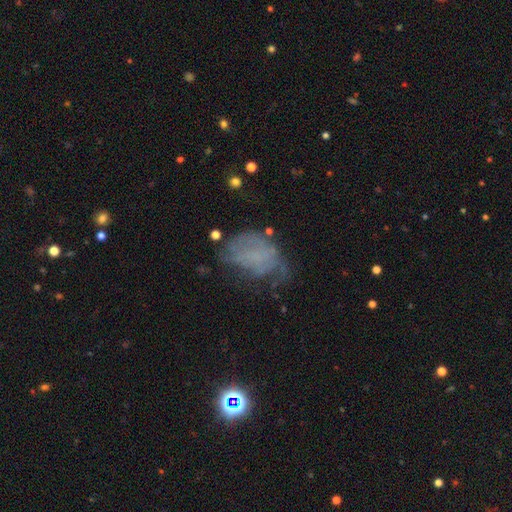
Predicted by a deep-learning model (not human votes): featured or disk 42%, smooth 40%, star or artifact 18%. Down the decision tree: merging — none (36%).